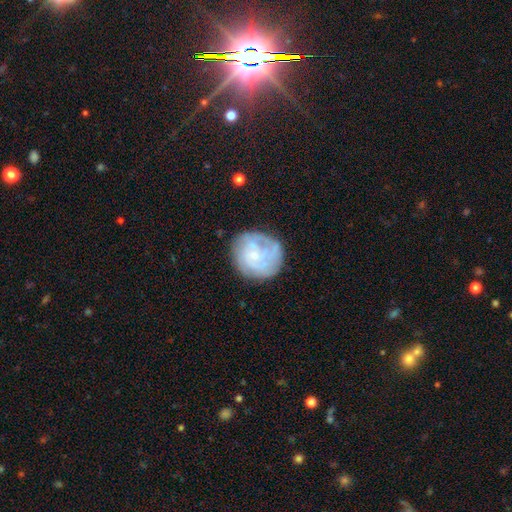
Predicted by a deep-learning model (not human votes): This is likely a featured or disk galaxy (65%). It is clearly not viewed edge-on (98%). Bar: likely no (76%). Spiral arm pattern: clearly yes (83%). Spiral arm count: marginally can't tell (45%). Spiral winding: likely tight (64%). Central bulge: likely small (78%). Merging: likely none (74%).